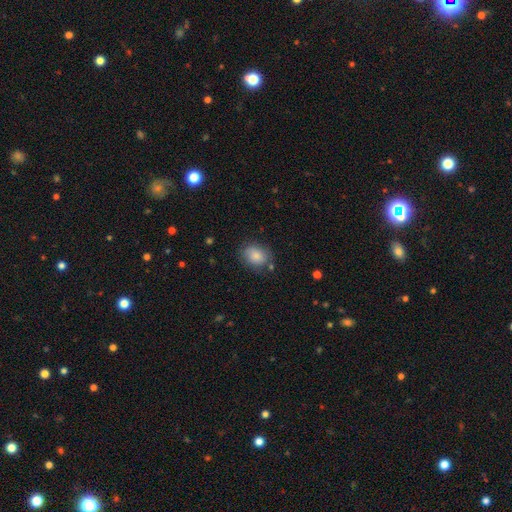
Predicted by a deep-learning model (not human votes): smooth 83%, featured or disk 10%, star or artifact 8%. Down the decision tree: how rounded — in between (55%); merging — none (75%).